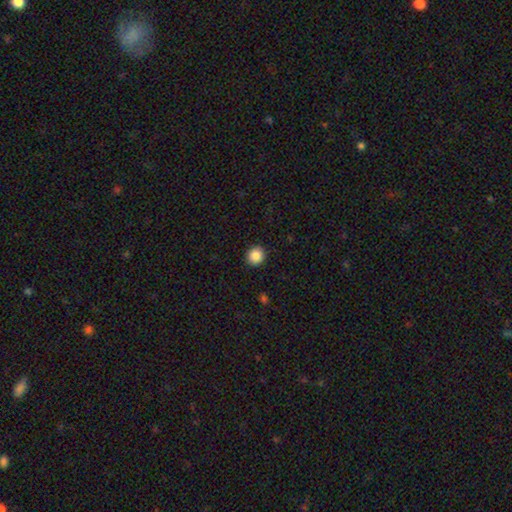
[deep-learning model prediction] A smooth galaxy with no disk features (87%) that is round (90%). Merging: none (93%).